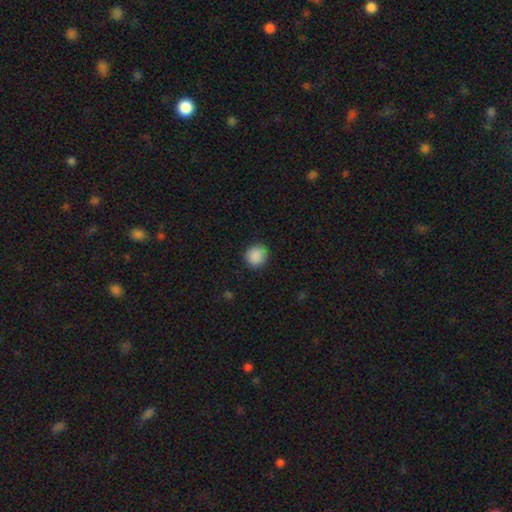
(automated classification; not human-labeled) Smooth or featured?
  - smooth: 89% *
  - star or artifact: 8%
  - featured or disk: 3%
How rounded?
  - round: 86% *
  - in between: 13%
  - cigar-shaped: 1%
Merging?
  - none: 89% *
  - minor disturbance: 8%
  - major disturbance: 2%
  - merger: 1%